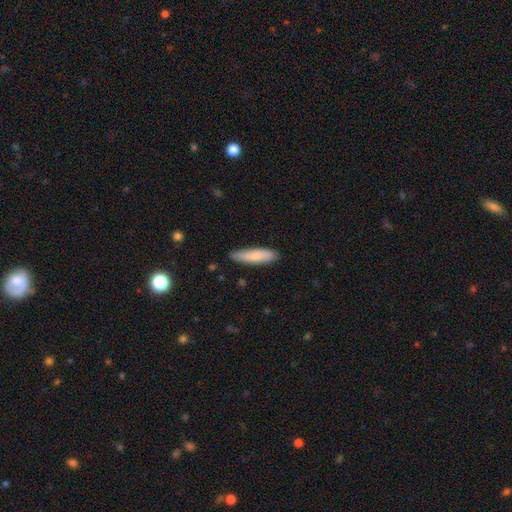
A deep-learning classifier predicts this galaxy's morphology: smooth-or-featured: smooth: 81% | featured or disk: 14% | star or artifact: 6%
  how-rounded: cigar-shaped: 73% | in between: 26% | round: 1%
  merging: none: 81% | minor disturbance: 15% | major disturbance: 2% | merger: 1%